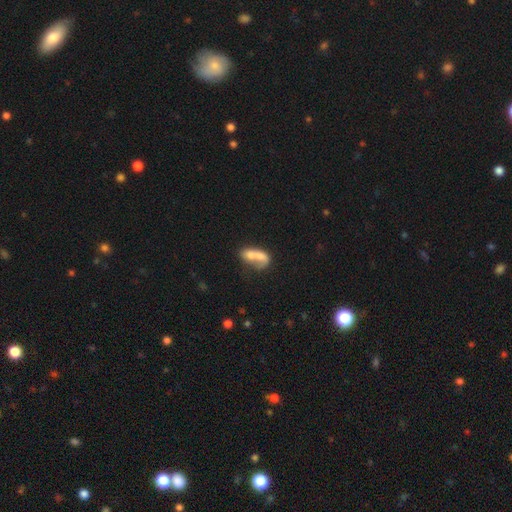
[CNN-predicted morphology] smooth-or-featured: smooth: 64% | featured or disk: 28% | star or artifact: 9%
  how-rounded: in between: 78% | cigar-shaped: 12% | round: 10%
  merging: merger: 61% | none: 19% | major disturbance: 11% | minor disturbance: 10%